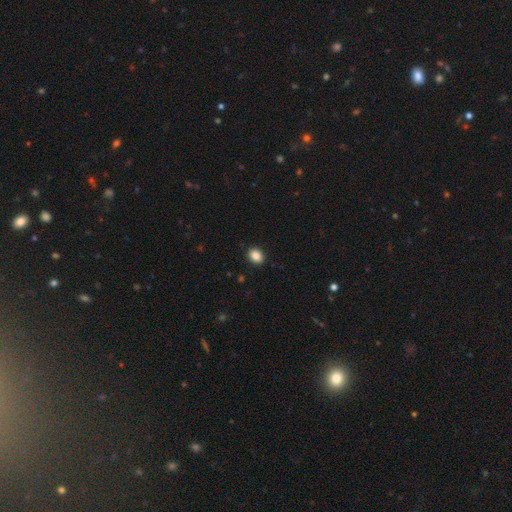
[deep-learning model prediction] A smooth galaxy with no disk features (87%) that is in between round and cigar-shaped (51%). Merging: none (91%).